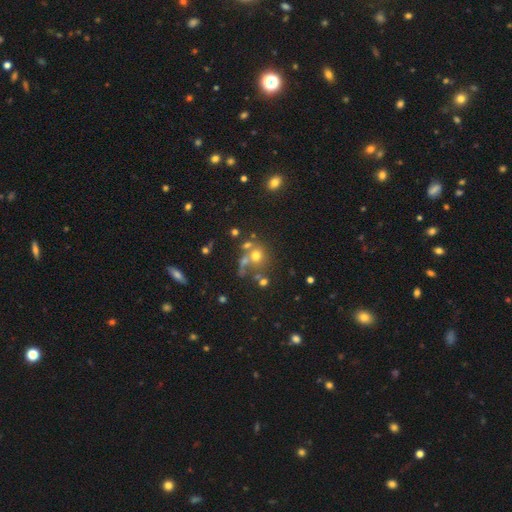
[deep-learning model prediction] Smooth or featured?
  - smooth: 62% *
  - star or artifact: 21%
  - featured or disk: 17%
How rounded?
  - round: 82% *
  - in between: 17%
  - cigar-shaped: 1%
Merging?
  - none: 50% *
  - merger: 28%
  - minor disturbance: 12%
  - major disturbance: 9%